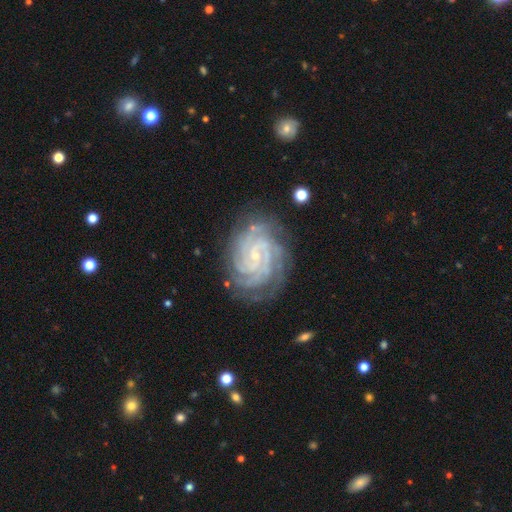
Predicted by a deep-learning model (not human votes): Smooth or featured: featured or disk — 91% (star or artifact — 5%)
Edge-on disk: no — 98% (yes — 2%)
Bar: no — 55% (weak — 33%)
Spiral arms: yes — 99% (no — 1%)
Spiral winding: tight — 79% (medium — 18%)
Spiral arm count: 4 — 34% (3 — 17%)
Bulge size: small — 84% (moderate — 11%)
Merging: none — 80% (minor disturbance — 14%)